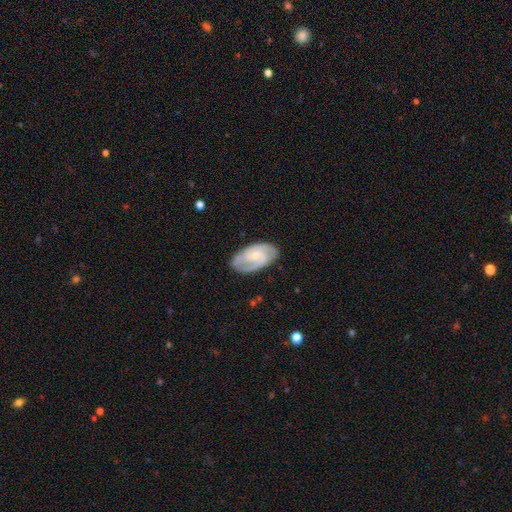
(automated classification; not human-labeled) smooth-or-featured: featured or disk: 80% | smooth: 15% | star or artifact: 5%
  disk-edge-on: no: 96% | yes: 4%
    bar: no: 57% | weak: 36% | strong: 7%
    has-spiral-arms: yes: 95% | no: 5%
      spiral-winding: tight: 47% | medium: 43% | loose: 10%
      spiral-arm-count: 2: 72% | can't tell: 11% | 3: 10% | 1: 3% | 4: 2% | more than 4: 2%
    bulge-size: small: 66% | moderate: 27% | none: 4% | large: 2% | dominant: 1%
  merging: none: 78% | minor disturbance: 16% | major disturbance: 4% | merger: 1%